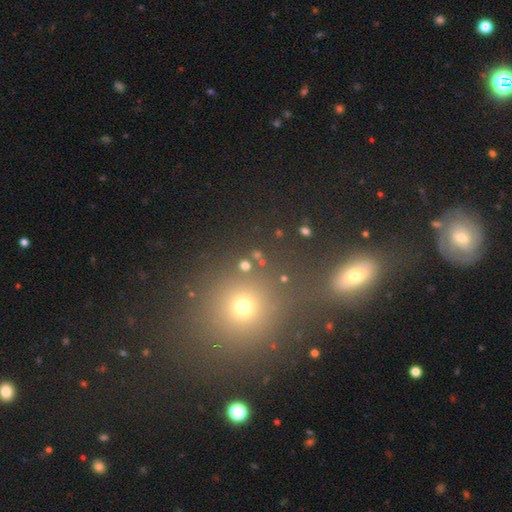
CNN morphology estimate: Smooth or featured: smooth — 60% (star or artifact — 30%)
How rounded: round — 80% (in between — 17%)
Merging: none — 76% (merger — 11%)